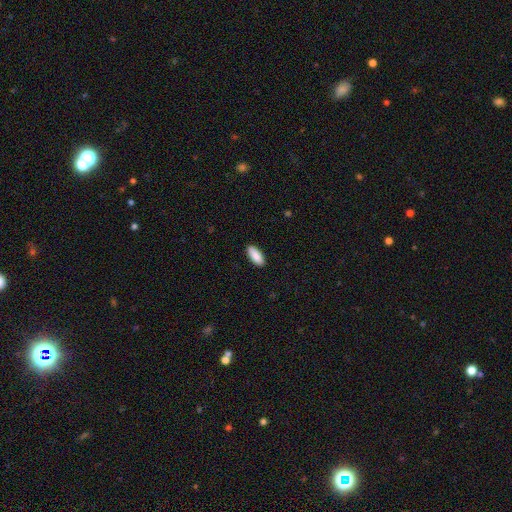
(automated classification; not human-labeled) Smooth or featured? Predicted: smooth (p=0.89). How rounded? Predicted: in between (p=0.81). Merging? Predicted: none (p=0.90).